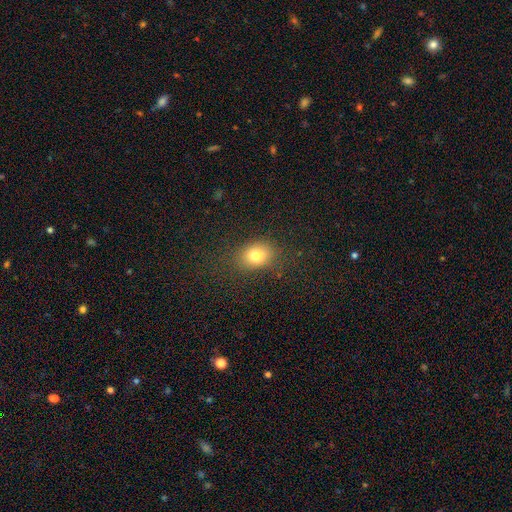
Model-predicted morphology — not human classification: smooth_or_featured: smooth (p=0.79) [alt: star or artifact p=0.12]
how_rounded: in between (p=0.65) [alt: round p=0.34]
merging: none (p=0.80) [alt: minor disturbance p=0.12]